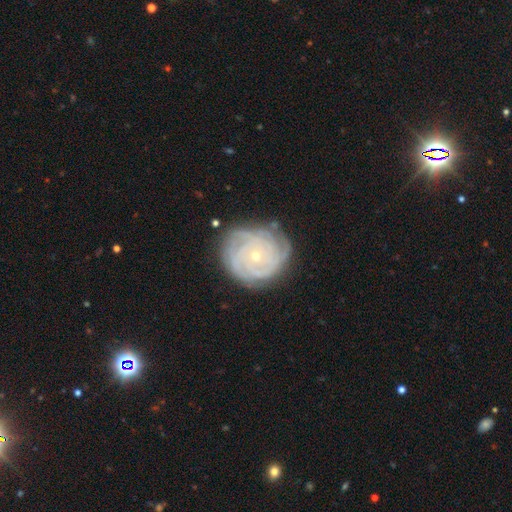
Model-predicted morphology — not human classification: This appears to be a featured or disk galaxy (84%) with no bar (81%), 4 (27%) tight (82%) spiral arms (96%) and a small central bulge (76%). Merging: none (77%).